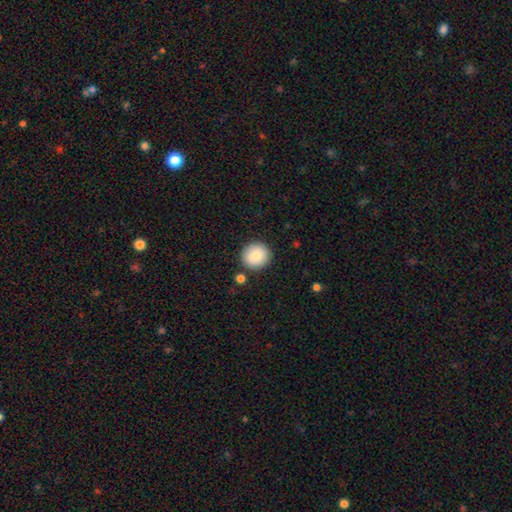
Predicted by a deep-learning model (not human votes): Morphology: type=smooth (85%); roundness=round (92%); merging=none (87%).